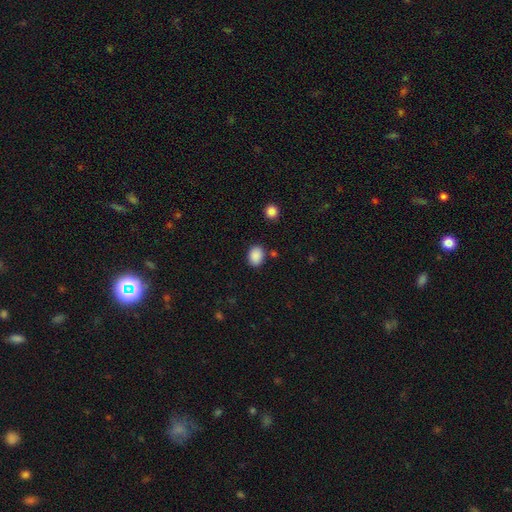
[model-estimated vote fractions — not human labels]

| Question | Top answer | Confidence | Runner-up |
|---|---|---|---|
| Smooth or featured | smooth | 89% | star or artifact (8%) |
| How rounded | in between | 64% | round (35%) |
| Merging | none | 82% | minor disturbance (11%) |